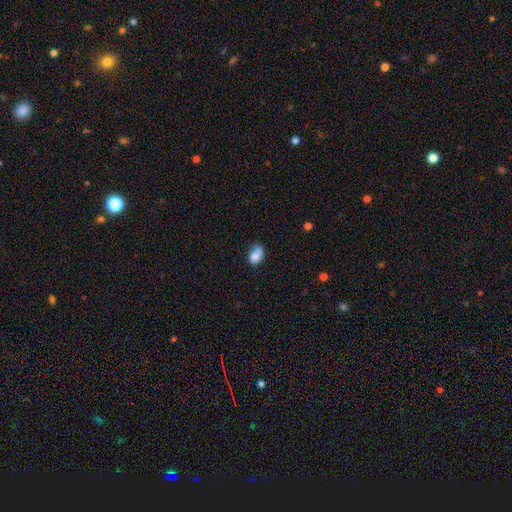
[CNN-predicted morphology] A smooth galaxy with no disk features (84%) that is in between round and cigar-shaped (83%).

Vote fractions:
- Smooth or featured? smooth: 84% / star or artifact: 8% / featured or disk: 8%
- How rounded? in between: 83% / round: 16% / cigar-shaped: 1%
- Merging? none: 53% / minor disturbance: 34% / major disturbance: 9% / merger: 4%